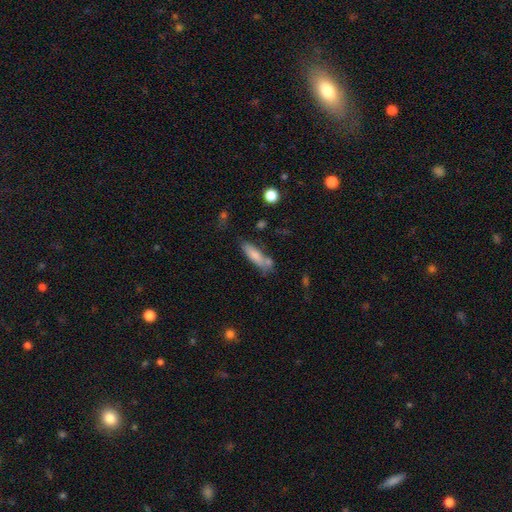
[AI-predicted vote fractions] Morphology: type=smooth (76%); roundness=cigar-shaped (55%); merging=none (56%).